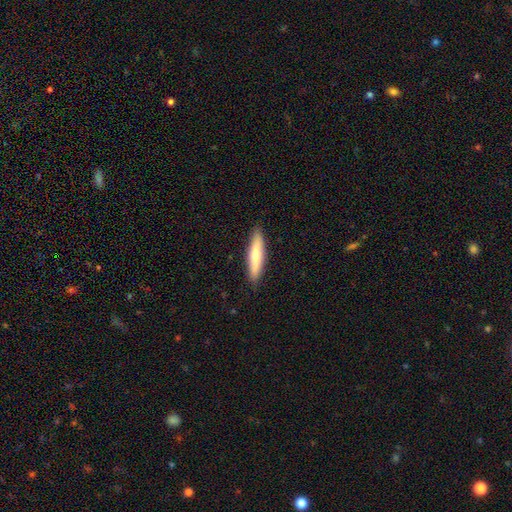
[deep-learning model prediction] Smooth or featured: smooth — 69% (featured or disk — 26%)
How rounded: cigar-shaped — 83% (in between — 16%)
Merging: none — 89% (minor disturbance — 9%)